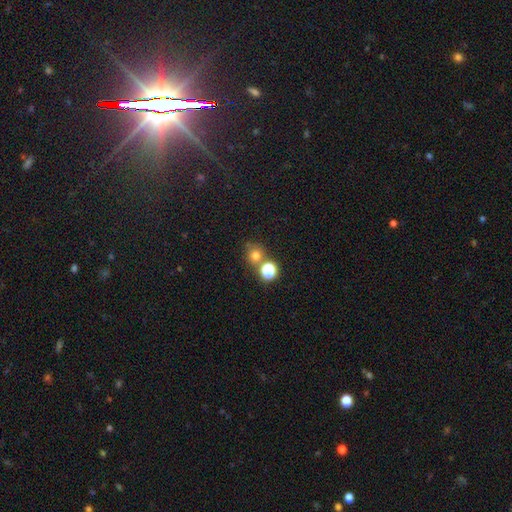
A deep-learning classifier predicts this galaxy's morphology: smooth_or_featured: smooth (p=0.70) [alt: star or artifact p=0.21]
how_rounded: round (p=0.88) [alt: in between p=0.11]
merging: none (p=0.64) [alt: merger p=0.24]